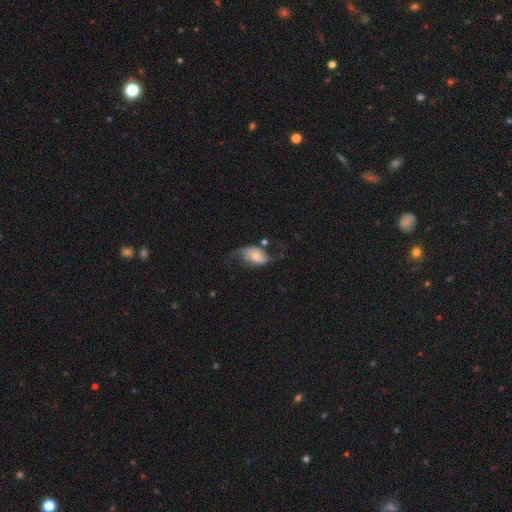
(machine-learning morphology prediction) Smooth or featured?
  - featured or disk: 63% *
  - smooth: 30%
  - star or artifact: 8%
Edge-on disk?
  - no: 95% *
  - yes: 5%
Bar?
  - no: 59% *
  - weak: 30%
  - strong: 11%
Spiral arms?
  - yes: 83% *
  - no: 17%
Bulge size?
  - moderate: 50% *
  - small: 40%
  - large: 6%
  - none: 3%
  - dominant: 2%
Merging?
  - none: 43% *
  - major disturbance: 28%
  - minor disturbance: 24%
  - merger: 5%